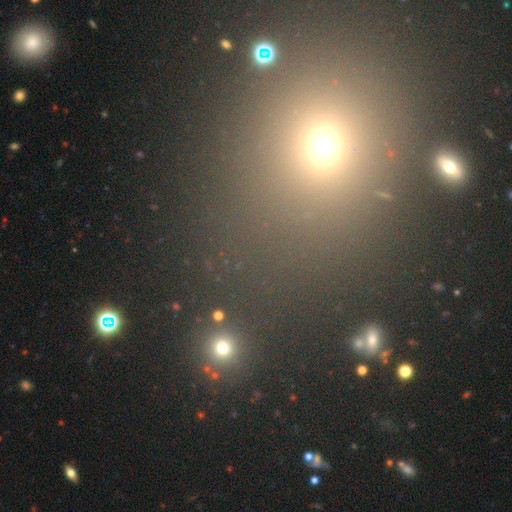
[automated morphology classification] smooth-or-featured: smooth: 51% | star or artifact: 40% | featured or disk: 8%
  how-rounded: round: 68% | in between: 30% | cigar-shaped: 2%
  merging: none: 80% | minor disturbance: 9% | merger: 6% | major disturbance: 5%